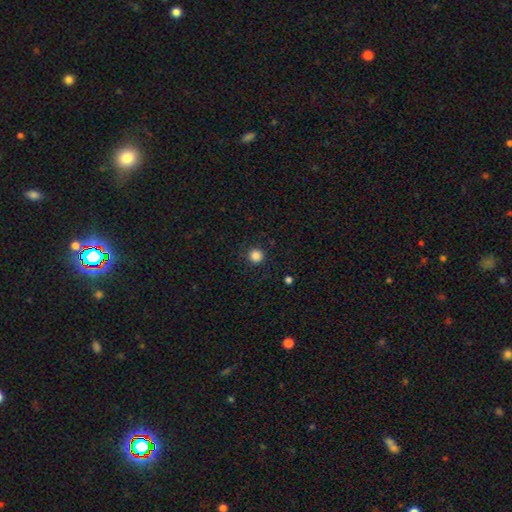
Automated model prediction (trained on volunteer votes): The model was most divided on "smooth or featured": smooth: 86%, star or artifact: 11%, featured or disk: 3%. More confident: how rounded — round (95%); merging — none (89%).